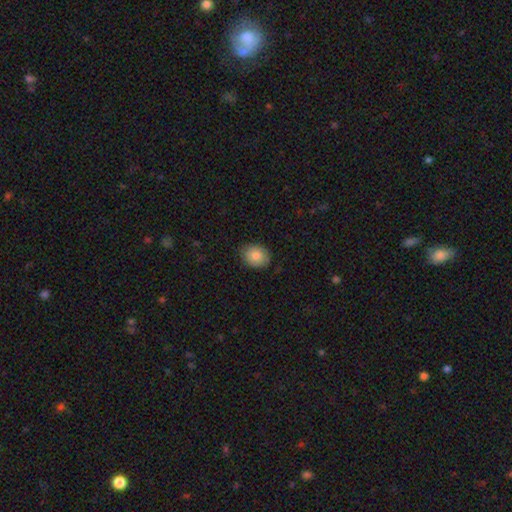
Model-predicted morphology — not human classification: Overall: smooth (80%). How rounded: in between (51%; round 48%). Merging: none (83%).